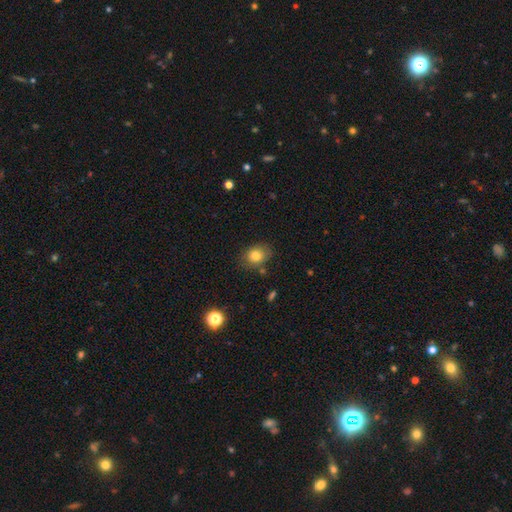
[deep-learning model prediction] Smooth or featured? Predicted: smooth (p=0.81). How rounded? Predicted: in between (p=0.53). Merging? Predicted: none (p=0.74).